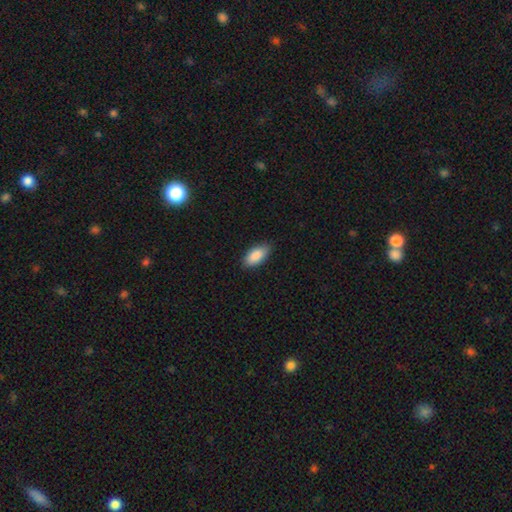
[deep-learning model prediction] Smooth or featured? smooth (89%)
How rounded? in between (92%)
Merging? none (85%)